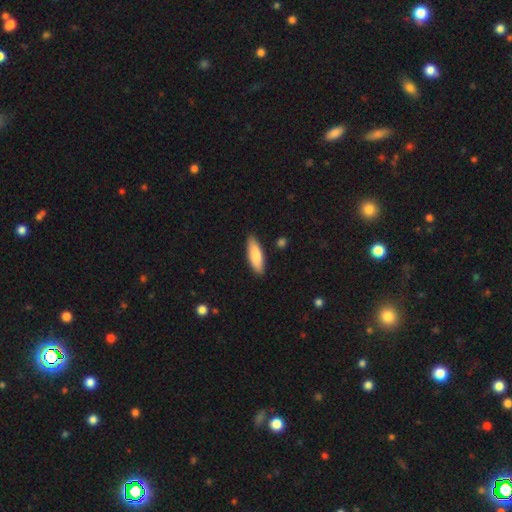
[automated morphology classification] smooth_or_featured: smooth (p=0.80) [alt: featured or disk p=0.15]
how_rounded: cigar-shaped (p=0.50) [alt: in between p=0.48]
merging: none (p=0.88) [alt: minor disturbance p=0.09]